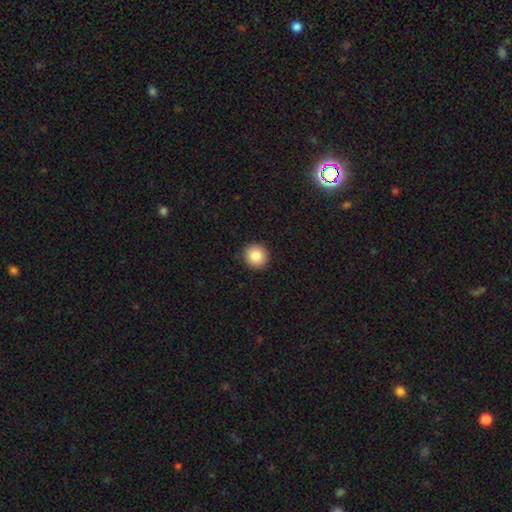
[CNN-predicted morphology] A smooth galaxy with no disk features (84%) that is round (93%). Merging: none (92%).